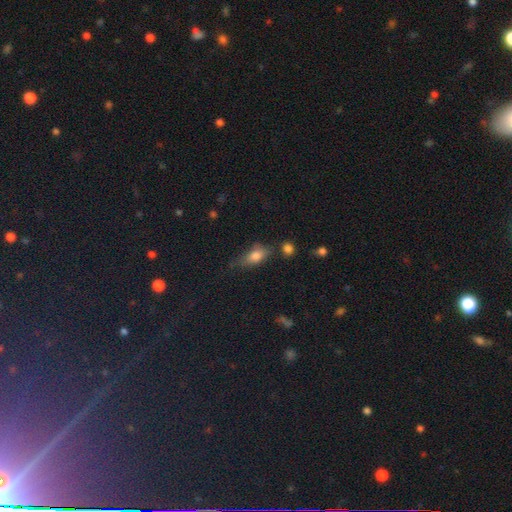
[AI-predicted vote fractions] Smooth or featured? smooth (73%)
How rounded? in between (76%)
Merging? none (53%)